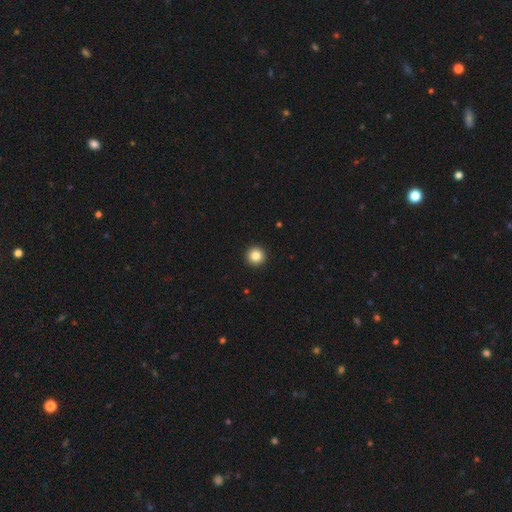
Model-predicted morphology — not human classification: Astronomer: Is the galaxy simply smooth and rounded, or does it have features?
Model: smooth — 84%.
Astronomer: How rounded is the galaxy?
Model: round — 96%.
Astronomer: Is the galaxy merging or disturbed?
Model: none — 94%.